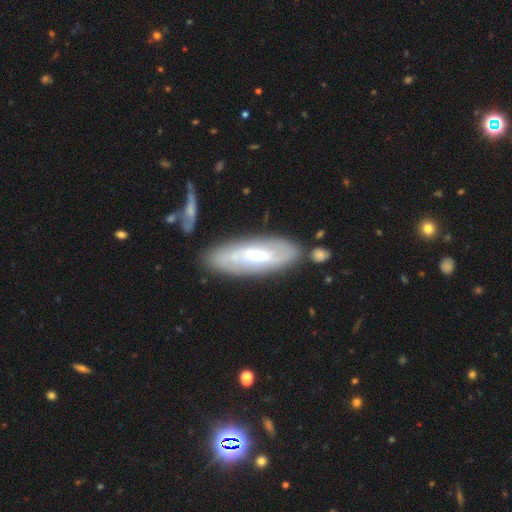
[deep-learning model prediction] Morphology: type=featured or disk (55%); edge-on=no (80%); merging=none (75%).